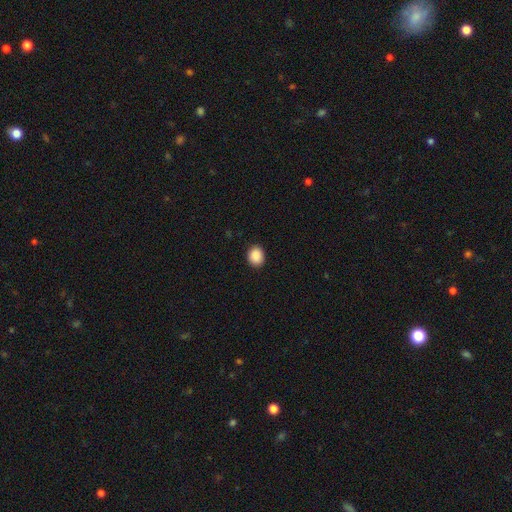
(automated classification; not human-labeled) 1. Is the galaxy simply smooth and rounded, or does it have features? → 90% smooth, 8% star or artifact, 2% featured or disk.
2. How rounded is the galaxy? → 65% round, 34% in between, 1% cigar-shaped.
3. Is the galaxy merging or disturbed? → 91% none, 7% minor disturbance, 2% major disturbance, 1% merger.